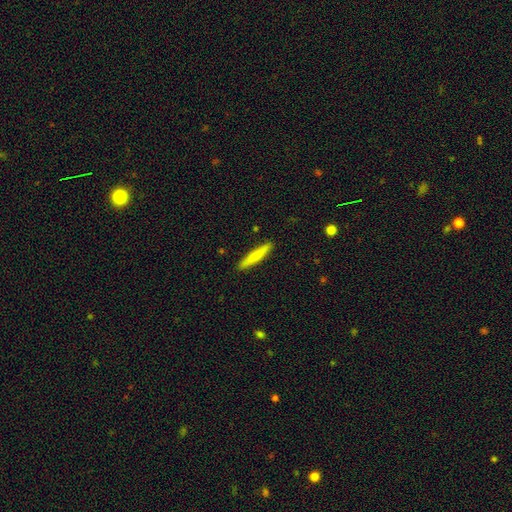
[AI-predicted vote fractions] Smooth or featured: smooth — 72% (featured or disk — 23%)
How rounded: cigar-shaped — 93% (in between — 6%)
Merging: none — 90% (minor disturbance — 7%)